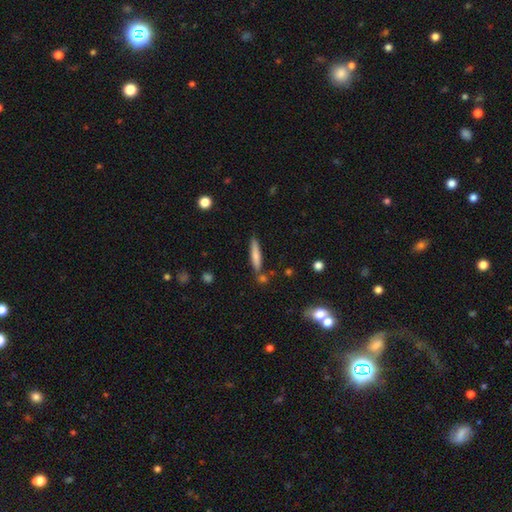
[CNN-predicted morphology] Smooth or featured: smooth — 71% (featured or disk — 23%)
How rounded: cigar-shaped — 89% (in between — 10%)
Merging: none — 79% (minor disturbance — 12%)